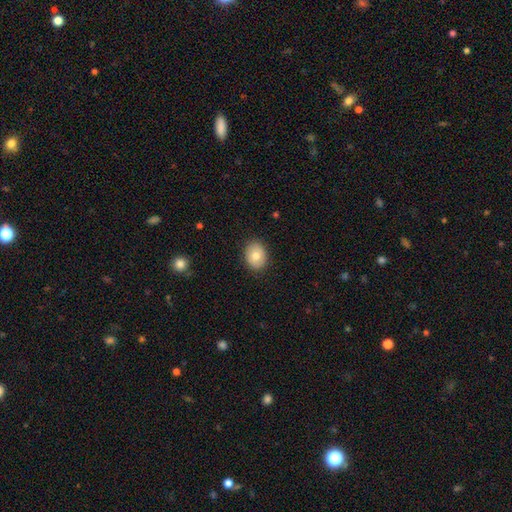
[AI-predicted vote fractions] smooth 79%, featured or disk 14%, star or artifact 8%. Down the decision tree: how rounded — in between (58%); merging — none (88%).